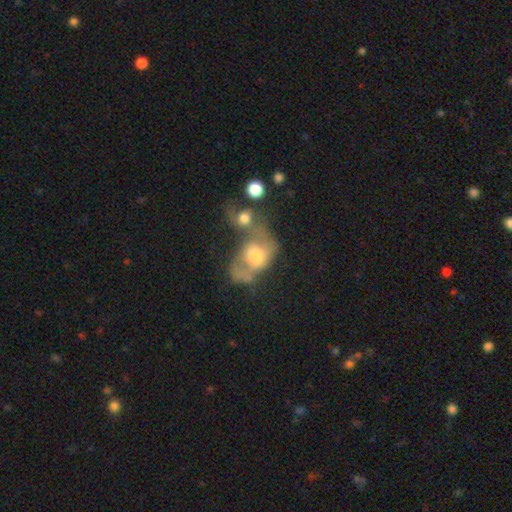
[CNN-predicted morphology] This is possibly a smooth galaxy (51%). How rounded: likely in between (66%). Merging: likely merger (61%).